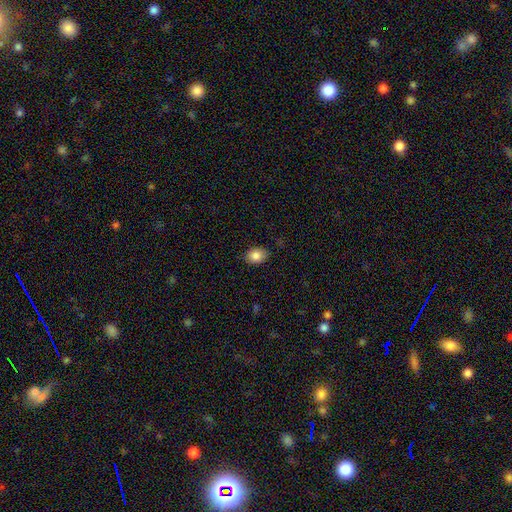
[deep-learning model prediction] Smooth or featured: smooth — 84% (star or artifact — 8%)
How rounded: in between — 70% (round — 29%)
Merging: none — 84% (minor disturbance — 13%)